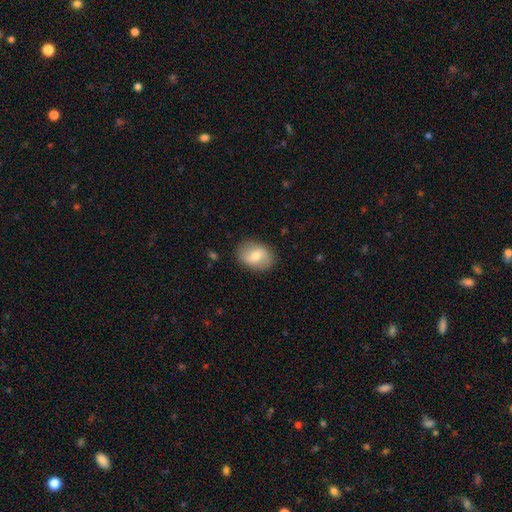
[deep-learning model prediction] The model was most divided on "smooth or featured": smooth: 65%, featured or disk: 28%, star or artifact: 7%. More confident: merging — none (85%); how rounded — in between (69%).